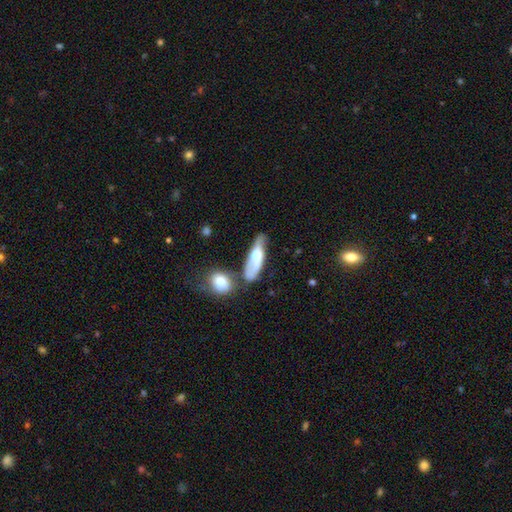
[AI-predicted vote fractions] Smooth or featured?
  - featured or disk: 48% *
  - smooth: 46%
  - star or artifact: 6%
Merging?
  - none: 40% *
  - merger: 26%
  - minor disturbance: 21%
  - major disturbance: 13%